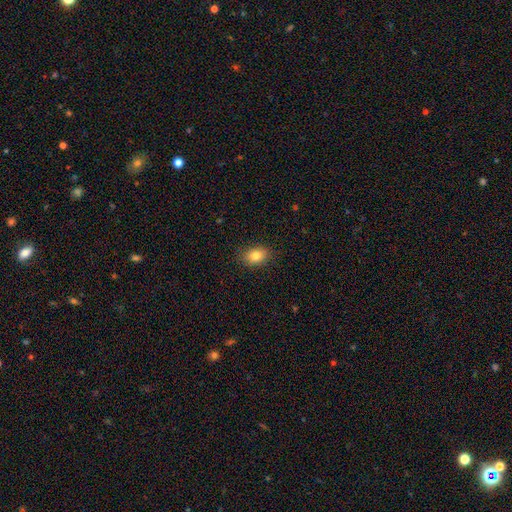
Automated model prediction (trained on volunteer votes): The model was most divided on "how rounded": in between: 75%, round: 24%, cigar-shaped: 1%. More confident: merging — none (87%); smooth or featured — smooth (82%).